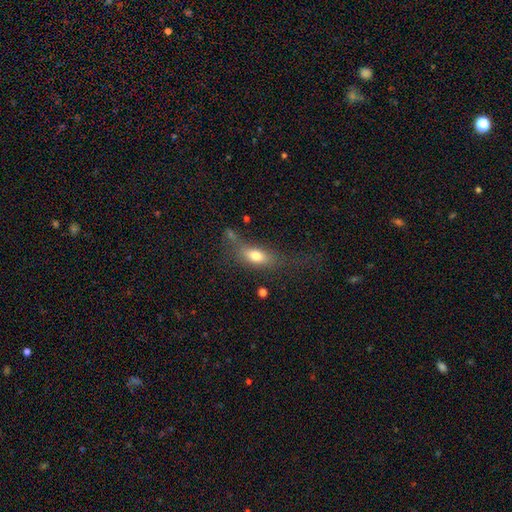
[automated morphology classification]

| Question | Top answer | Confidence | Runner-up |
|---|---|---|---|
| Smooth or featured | smooth | 71% | featured or disk (20%) |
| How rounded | in between | 76% | cigar-shaped (18%) |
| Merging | none | 45% | major disturbance (24%) |